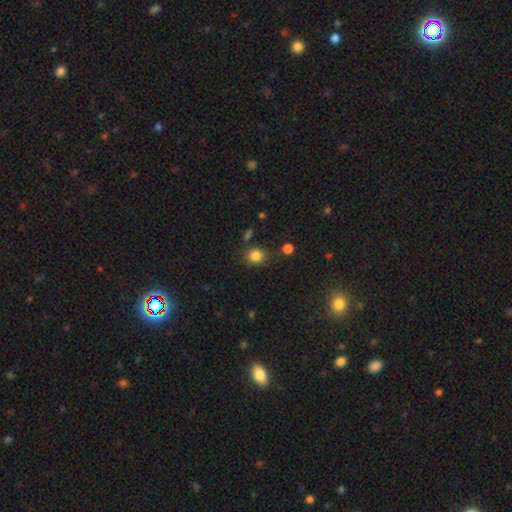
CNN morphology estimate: type=smooth (83%); roundness=round (74%); merging=none (76%).